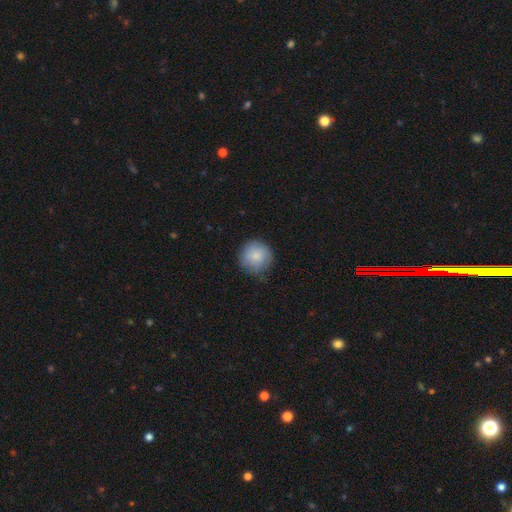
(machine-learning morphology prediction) type=smooth (85%); roundness=round (95%); merging=none (78%).